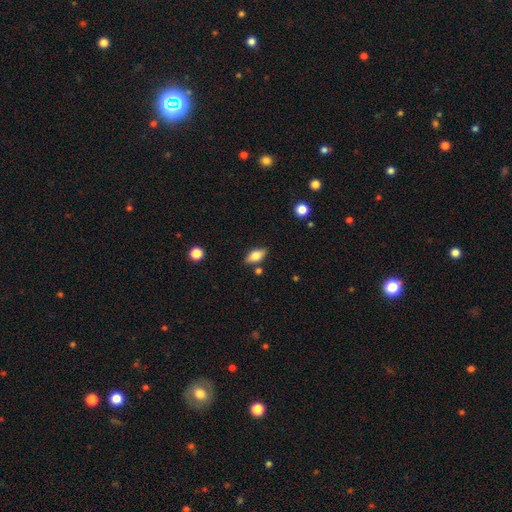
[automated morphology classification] Smooth or featured: smooth — 70% (featured or disk — 22%)
How rounded: in between — 86% (cigar-shaped — 10%)
Merging: none — 81% (minor disturbance — 12%)